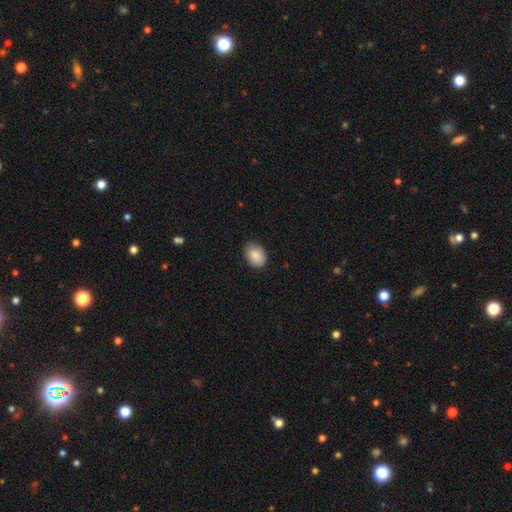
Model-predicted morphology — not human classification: type=smooth (87%); roundness=in between (74%); merging=none (78%).